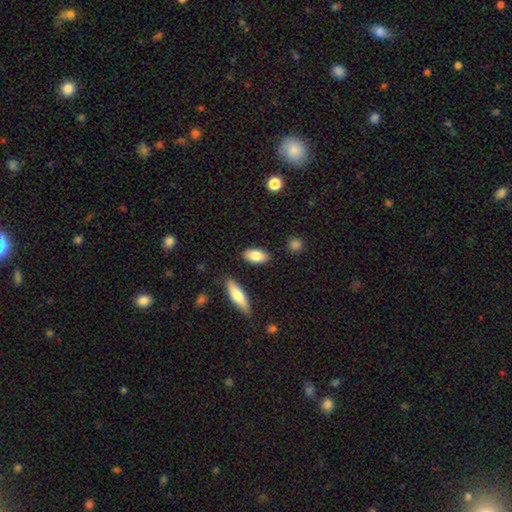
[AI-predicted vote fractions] This is clearly a smooth galaxy (83%). How rounded: clearly in between (89%). Merging: clearly none (85%).